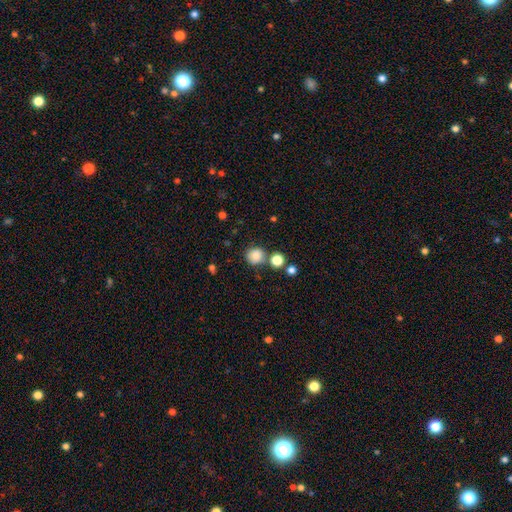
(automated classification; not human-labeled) This appears to be a smooth galaxy with no disk features (85%) that is round (90%). Merging: none (76%).